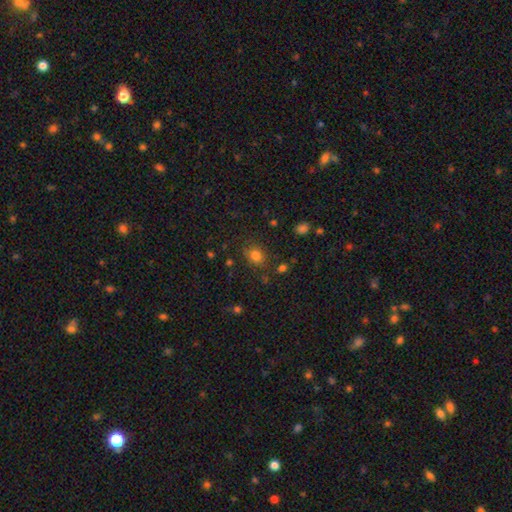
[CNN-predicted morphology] Overall: smooth (79%). How rounded: round (61%; in between 38%). Merging: none (79%).